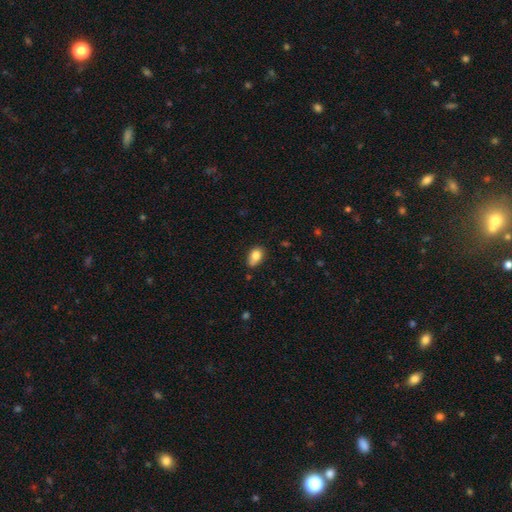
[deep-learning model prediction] A smooth galaxy with no disk features (81%) that is in between round and cigar-shaped (79%).

Vote fractions:
- Smooth or featured? smooth: 81% / featured or disk: 10% / star or artifact: 9%
- How rounded? in between: 79% / round: 20% / cigar-shaped: 2%
- Merging? none: 58% / minor disturbance: 29% / merger: 8% / major disturbance: 6%